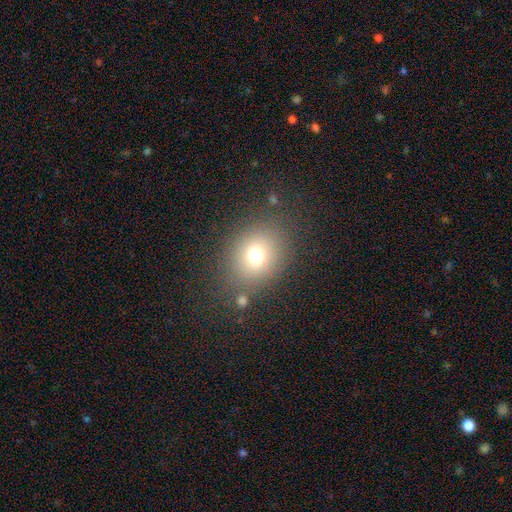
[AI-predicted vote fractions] smooth 72%, star or artifact 16%, featured or disk 12%. Down the decision tree: how rounded — round (59%); merging — none (79%).